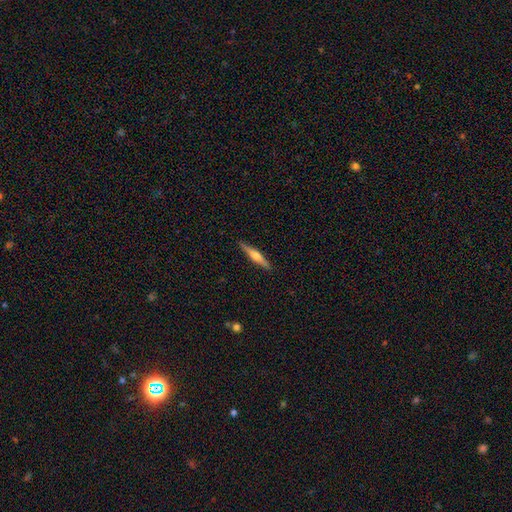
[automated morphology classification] The model was most divided on "smooth or featured": featured or disk: 59%, smooth: 35%, star or artifact: 6%. More confident: edge-on disk — yes (97%); merging — none (90%); edge-on bulge — rounded (88%).